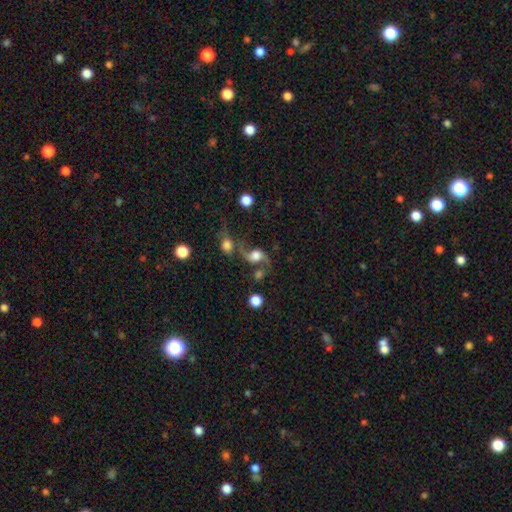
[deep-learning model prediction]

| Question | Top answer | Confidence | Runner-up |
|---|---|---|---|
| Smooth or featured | featured or disk | 69% | smooth (20%) |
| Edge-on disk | no | 96% | yes (4%) |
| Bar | no | 60% | weak (31%) |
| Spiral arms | yes | 92% | no (8%) |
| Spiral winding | loose | 81% | medium (16%) |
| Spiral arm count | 2 | 91% | 1 (4%) |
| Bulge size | large | 46% | moderate (27%) |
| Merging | none | 44% | merger (28%) |